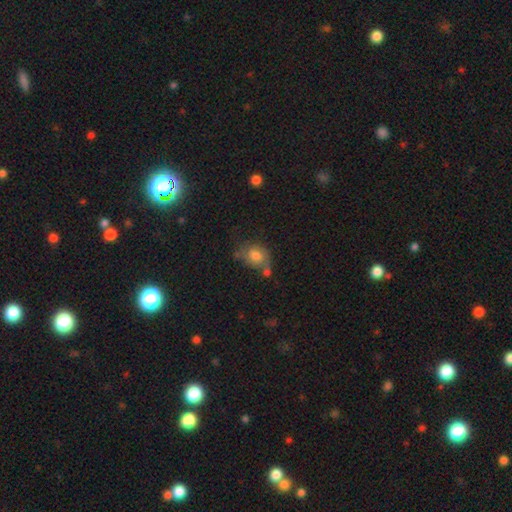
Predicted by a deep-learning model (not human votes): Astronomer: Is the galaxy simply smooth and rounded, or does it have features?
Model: smooth — 68%.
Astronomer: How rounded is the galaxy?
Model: round — 56% (runner-up: in between, 42%).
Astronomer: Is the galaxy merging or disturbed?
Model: none — 47% (runner-up: minor disturbance, 23%).